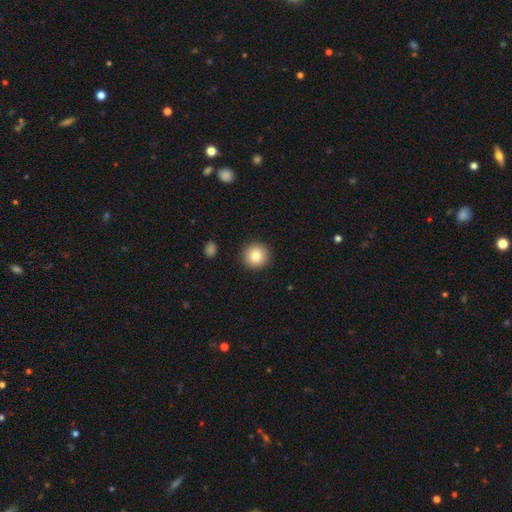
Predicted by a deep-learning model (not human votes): Q: Smooth or featured?
A: smooth (84%); runner-up: star or artifact (9%)
Q: How rounded?
A: round (94%); runner-up: in between (5%)
Q: Merging?
A: none (92%); runner-up: minor disturbance (5%)